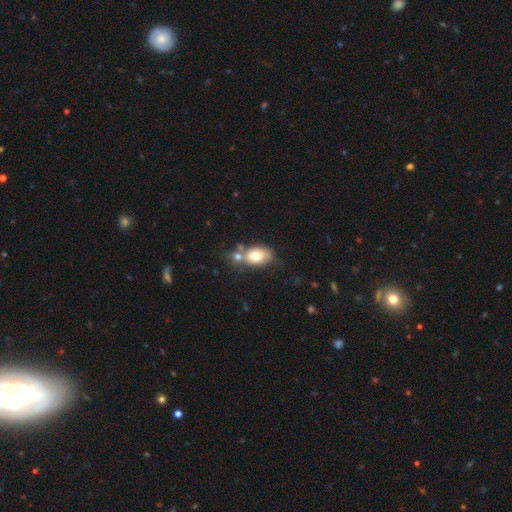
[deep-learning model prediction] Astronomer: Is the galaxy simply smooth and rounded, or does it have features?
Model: smooth — 72%.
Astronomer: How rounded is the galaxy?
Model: in between — 82%.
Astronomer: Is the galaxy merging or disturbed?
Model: merger — 39%, tied with none at 39%.